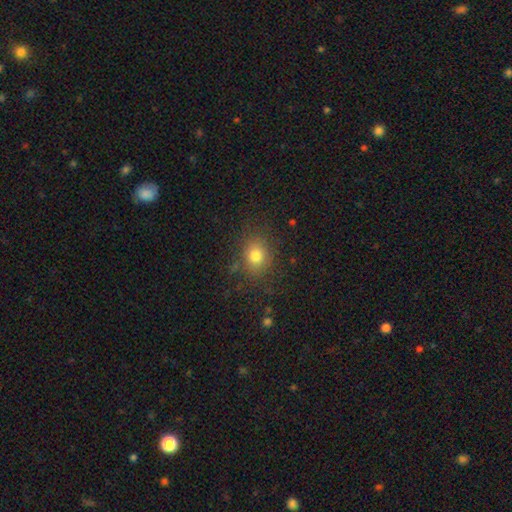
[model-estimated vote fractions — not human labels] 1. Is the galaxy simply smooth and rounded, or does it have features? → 77% smooth, 13% star or artifact, 10% featured or disk.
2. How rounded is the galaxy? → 60% round, 39% in between, 1% cigar-shaped.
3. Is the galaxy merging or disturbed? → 80% none, 13% minor disturbance, 5% major disturbance, 2% merger.